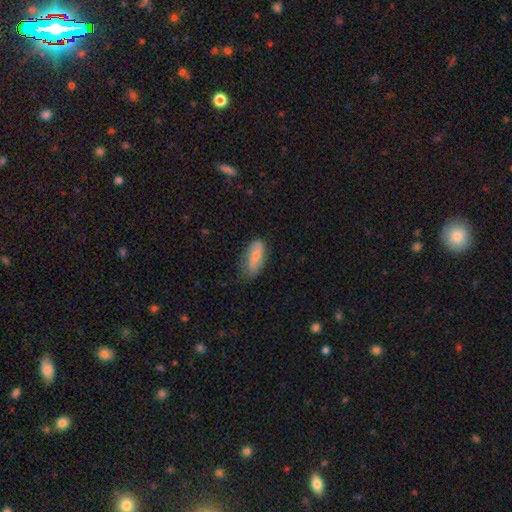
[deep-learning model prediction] smooth 74%, featured or disk 20%, star or artifact 6%. Down the decision tree: how rounded — in between (83%); merging — none (63%).